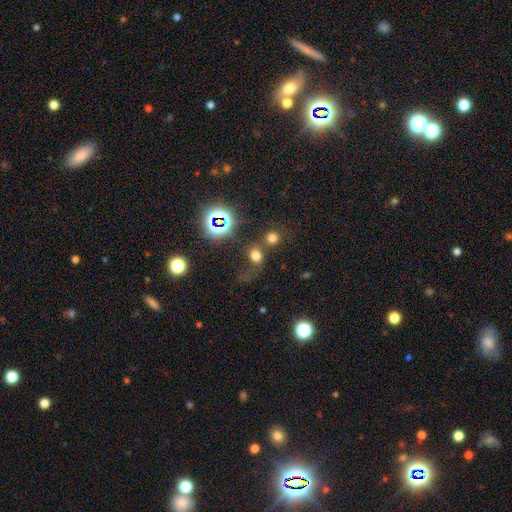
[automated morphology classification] Q: Smooth or featured?
A: smooth (62%); runner-up: star or artifact (27%)
Q: How rounded?
A: round (71%); runner-up: in between (28%)
Q: Merging?
A: none (45%); runner-up: merger (29%)